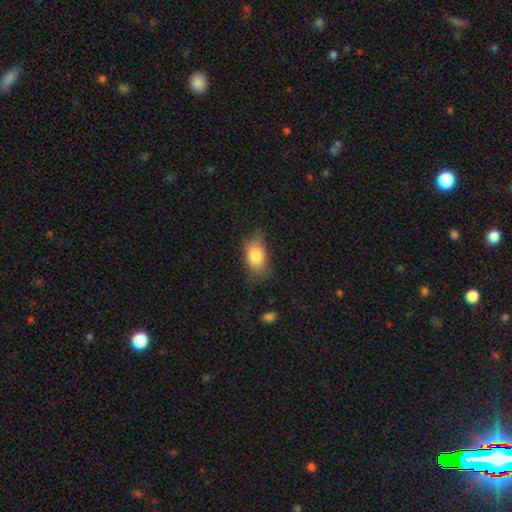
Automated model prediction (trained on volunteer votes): Smooth or featured? Predicted: smooth (p=0.82). How rounded? Predicted: in between (p=0.90). Merging? Predicted: none (p=0.65).